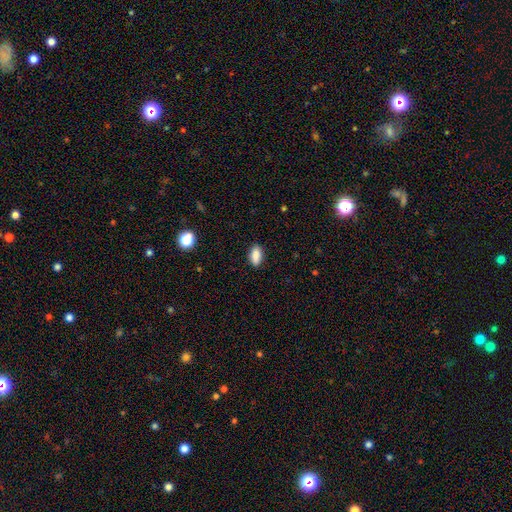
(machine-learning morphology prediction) A smooth galaxy with no disk features (88%) that is in between round and cigar-shaped (89%).

Vote fractions:
- Smooth or featured? smooth: 88% / star or artifact: 8% / featured or disk: 4%
- How rounded? in between: 89% / cigar-shaped: 7% / round: 4%
- Merging? none: 87% / minor disturbance: 10% / major disturbance: 2% / merger: 1%